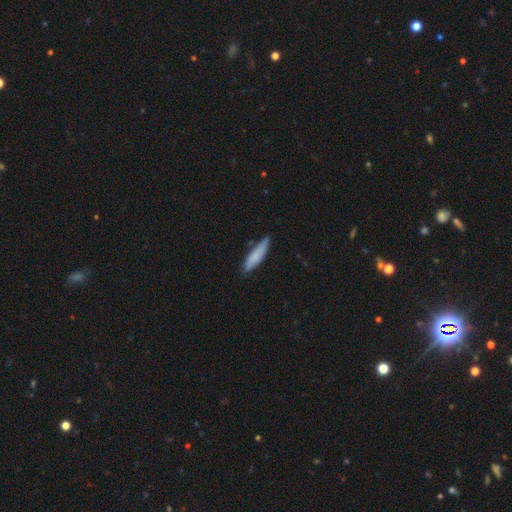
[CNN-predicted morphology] This appears to be a smooth galaxy with no disk features (75%) that is cigar-shaped (80%). Merging: none (78%).